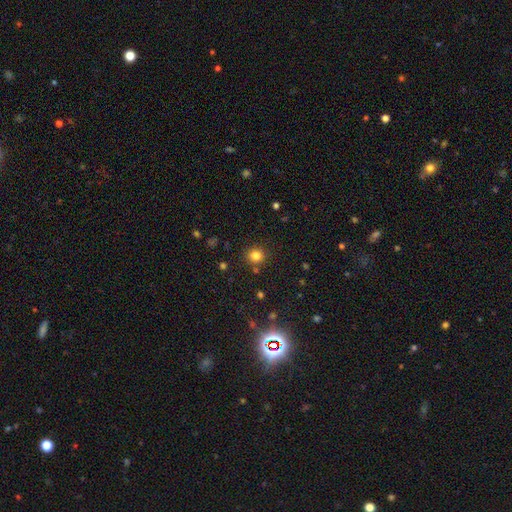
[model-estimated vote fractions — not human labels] A smooth galaxy with no disk features (80%) that is round (87%). Merging: none (86%).